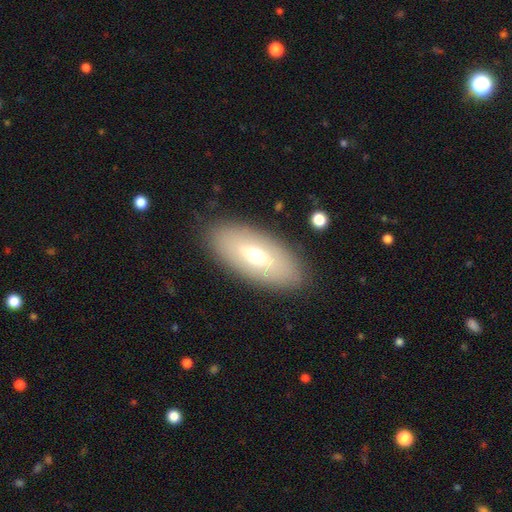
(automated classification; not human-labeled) Q: Smooth or featured?
A: smooth (54%); runner-up: featured or disk (39%)
Q: How rounded?
A: in between (87%); runner-up: cigar-shaped (10%)
Q: Merging?
A: none (88%); runner-up: minor disturbance (8%)